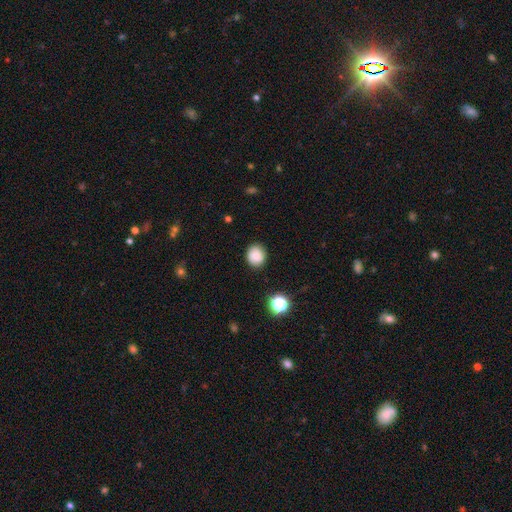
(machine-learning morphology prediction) Smooth or featured: smooth — 85% (star or artifact — 10%)
How rounded: round — 78% (in between — 21%)
Merging: none — 86% (minor disturbance — 10%)